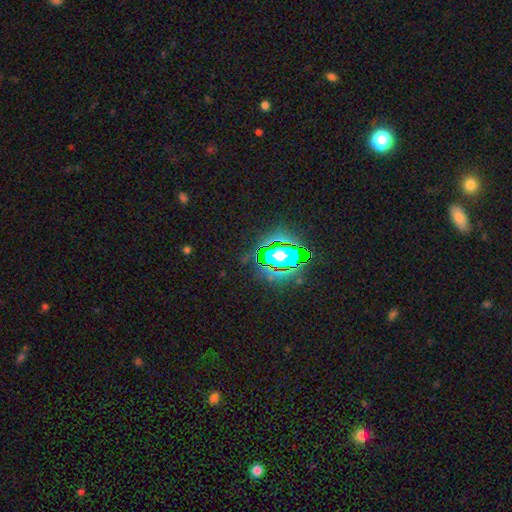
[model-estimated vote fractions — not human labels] Smooth or featured: star or artifact — 75% (smooth — 14%)